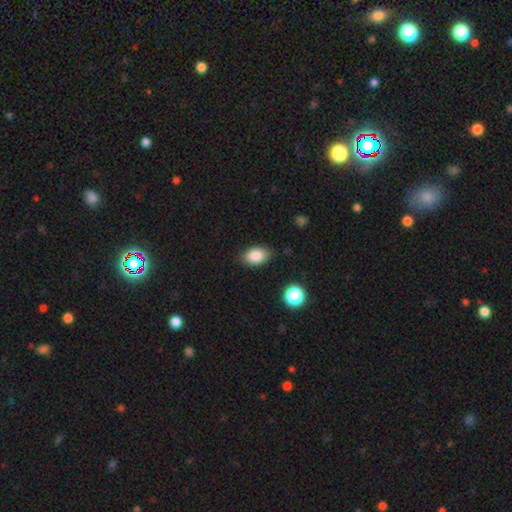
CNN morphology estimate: smooth 86%, star or artifact 8%, featured or disk 5%. Down the decision tree: how rounded — in between (89%); merging — none (84%).